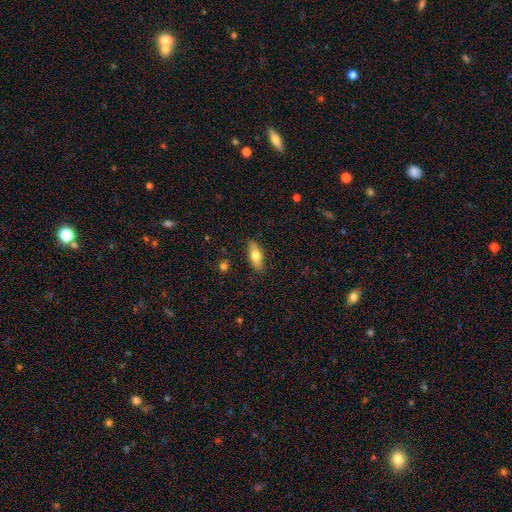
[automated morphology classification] smooth 68%, featured or disk 26%, star or artifact 7%. Down the decision tree: how rounded — in between (73%); merging — none (87%).